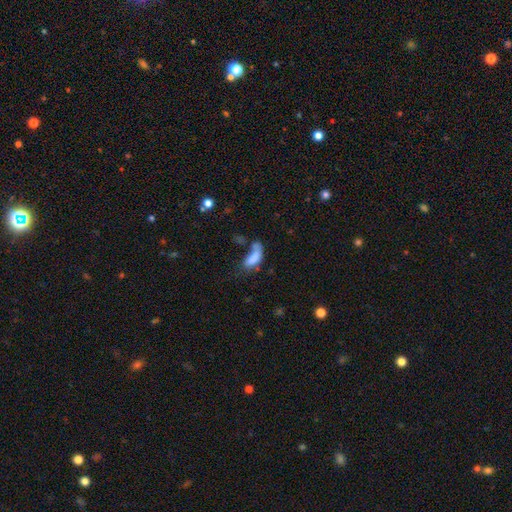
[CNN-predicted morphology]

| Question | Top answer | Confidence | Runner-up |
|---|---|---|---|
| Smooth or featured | smooth | 74% | featured or disk (16%) |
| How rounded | in between | 80% | cigar-shaped (16%) |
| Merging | merger | 34% | major disturbance (25%) |